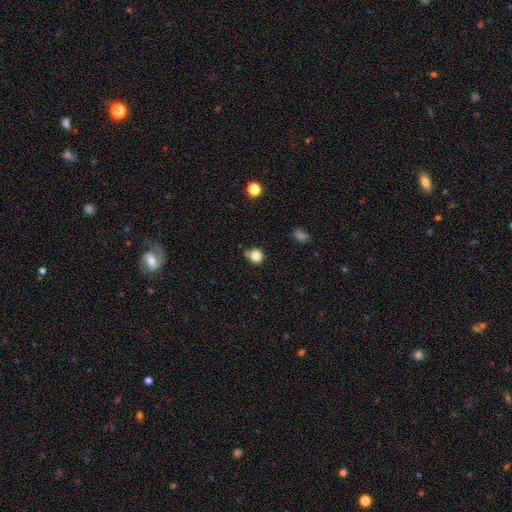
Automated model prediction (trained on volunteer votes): A smooth galaxy with no disk features (82%) that is round (86%).

Vote fractions:
- Smooth or featured? smooth: 82% / star or artifact: 12% / featured or disk: 6%
- How rounded? round: 86% / in between: 13% / cigar-shaped: 1%
- Merging? none: 65% / minor disturbance: 20% / merger: 10% / major disturbance: 5%